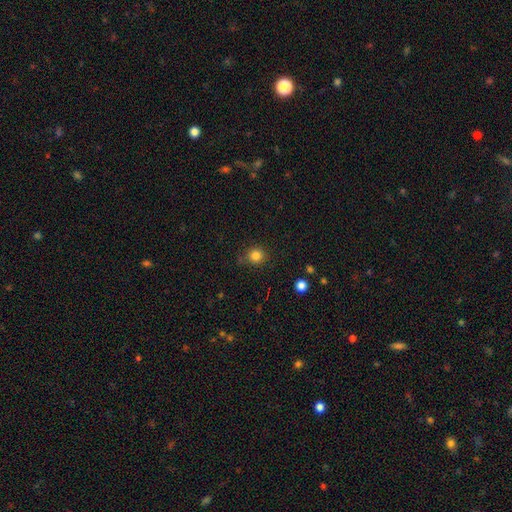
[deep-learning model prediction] smooth_or_featured: smooth (p=0.83) [alt: star or artifact p=0.13]
how_rounded: round (p=0.90) [alt: in between p=0.09]
merging: none (p=0.79) [alt: minor disturbance p=0.15]